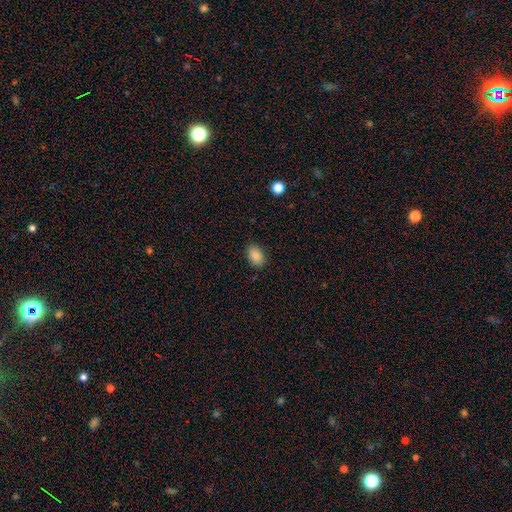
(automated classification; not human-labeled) Q: Smooth or featured?
A: smooth (88%); runner-up: star or artifact (8%)
Q: How rounded?
A: in between (82%); runner-up: round (16%)
Q: Merging?
A: none (85%); runner-up: minor disturbance (11%)